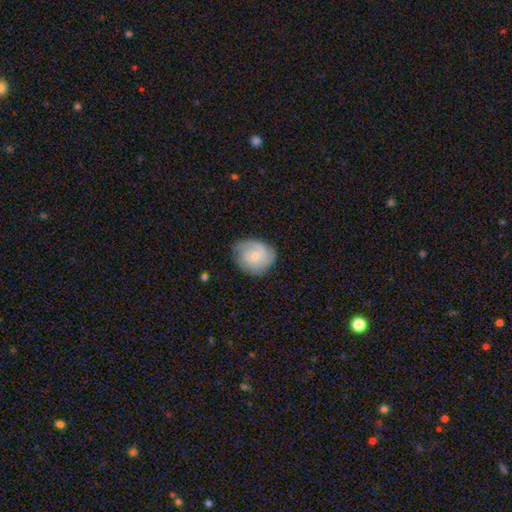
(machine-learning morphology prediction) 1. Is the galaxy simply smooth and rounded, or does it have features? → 48% featured or disk, 45% smooth, 7% star or artifact.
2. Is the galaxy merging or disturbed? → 70% none, 23% minor disturbance, 6% major disturbance, 1% merger.